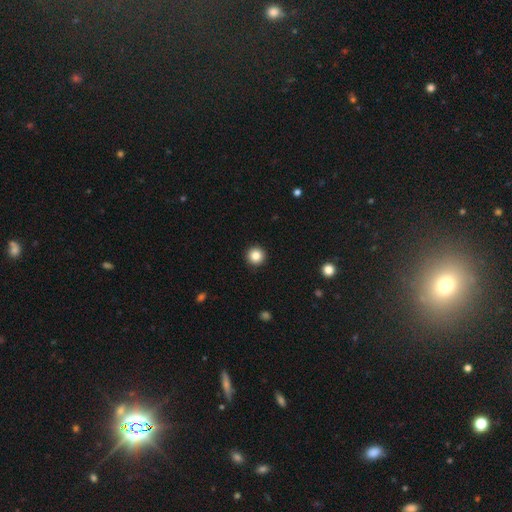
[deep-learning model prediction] This is clearly a smooth galaxy (85%). How rounded: clearly round (96%). Merging: clearly none (94%).